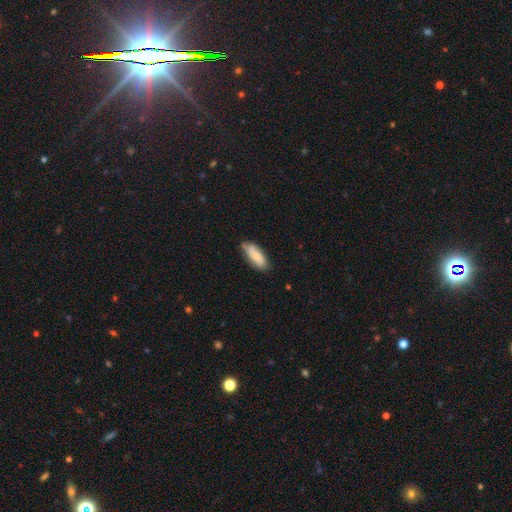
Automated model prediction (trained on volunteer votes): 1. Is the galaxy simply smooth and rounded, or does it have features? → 77% smooth, 17% featured or disk, 6% star or artifact.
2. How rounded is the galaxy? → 77% in between, 21% cigar-shaped, 2% round.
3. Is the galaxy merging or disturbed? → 70% none, 24% minor disturbance, 4% major disturbance, 3% merger.